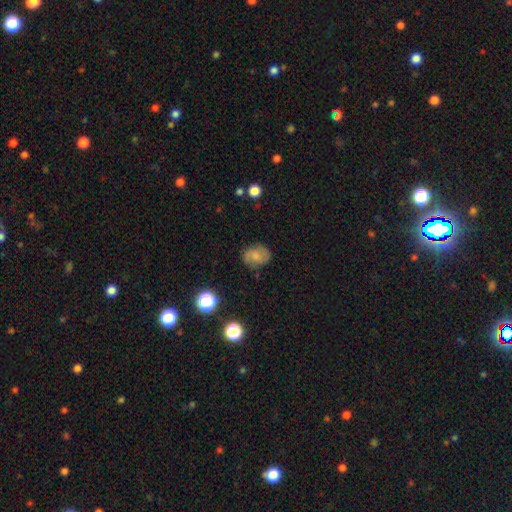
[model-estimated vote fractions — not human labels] smooth-or-featured: smooth: 61% | featured or disk: 27% | star or artifact: 12%
  how-rounded: in between: 63% | round: 35% | cigar-shaped: 1%
  merging: none: 74% | minor disturbance: 19% | major disturbance: 6% | merger: 2%